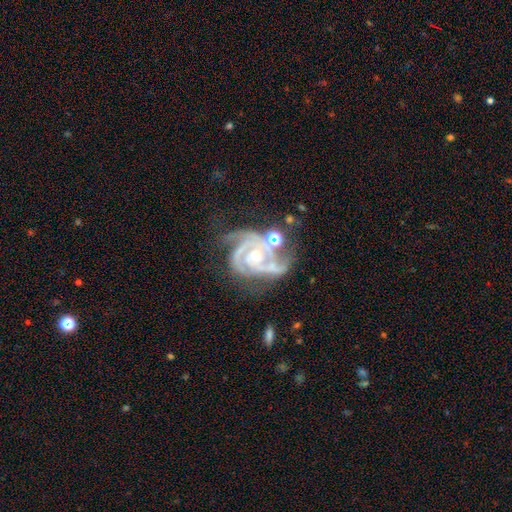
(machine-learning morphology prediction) Smooth or featured?
  - featured or disk: 90% *
  - star or artifact: 6%
  - smooth: 4%
Edge-on disk?
  - no: 98% *
  - yes: 2%
Bar?
  - no: 63% *
  - weak: 27%
  - strong: 10%
Spiral arms?
  - yes: 98% *
  - no: 2%
Spiral winding?
  - tight: 55% *
  - medium: 38%
  - loose: 7%
Spiral arm count?
  - 3: 51% *
  - 2: 21%
  - can't tell: 10%
  - 4: 9%
  - 1: 4%
  - more than 4: 4%
Bulge size?
  - moderate: 54% *
  - small: 41%
  - large: 2%
  - none: 2%
  - dominant: 1%
Merging?
  - none: 41% *
  - minor disturbance: 23%
  - major disturbance: 22%
  - merger: 13%